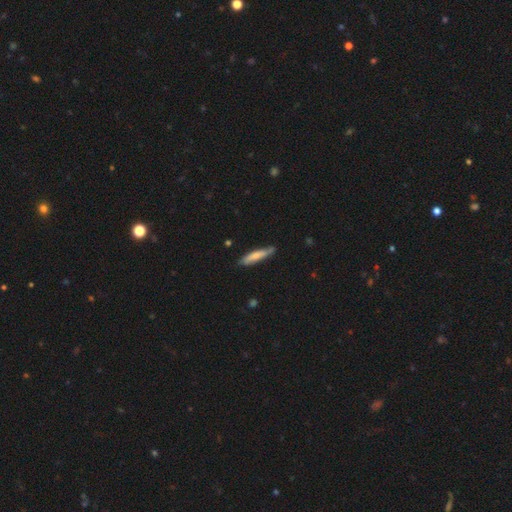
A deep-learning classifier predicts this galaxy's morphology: The model was most divided on "smooth or featured": smooth: 68%, featured or disk: 27%, star or artifact: 5%. More confident: how rounded — cigar-shaped (86%); merging — none (75%).